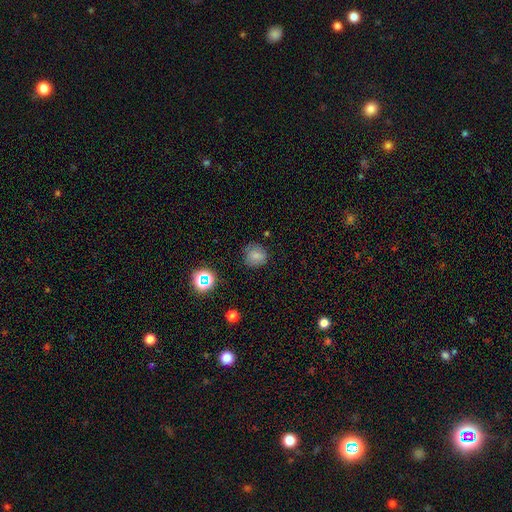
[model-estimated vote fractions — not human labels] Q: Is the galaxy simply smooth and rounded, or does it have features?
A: smooth — 77%.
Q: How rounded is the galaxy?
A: round — 86%.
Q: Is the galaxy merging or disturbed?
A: none — 76%.